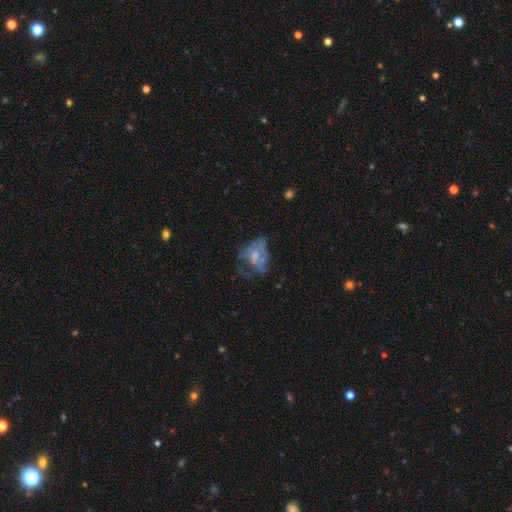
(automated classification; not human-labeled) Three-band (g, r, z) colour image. It shows a featured or disk galaxy (51%). Merging: major disturbance (43%).